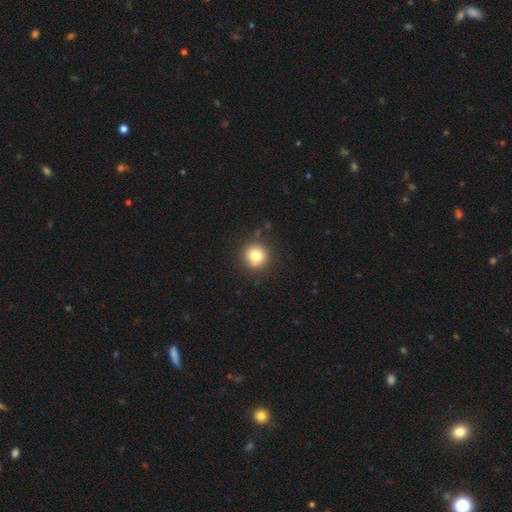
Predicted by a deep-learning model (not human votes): Smooth or featured? smooth (81%)
How rounded? round (94%)
Merging? none (86%)